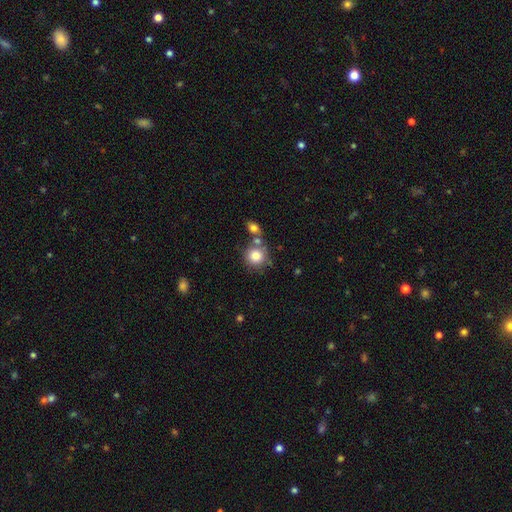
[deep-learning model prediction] Smooth or featured? Predicted: smooth (p=0.80). How rounded? Predicted: round (p=0.88). Merging? Predicted: none (p=0.56).